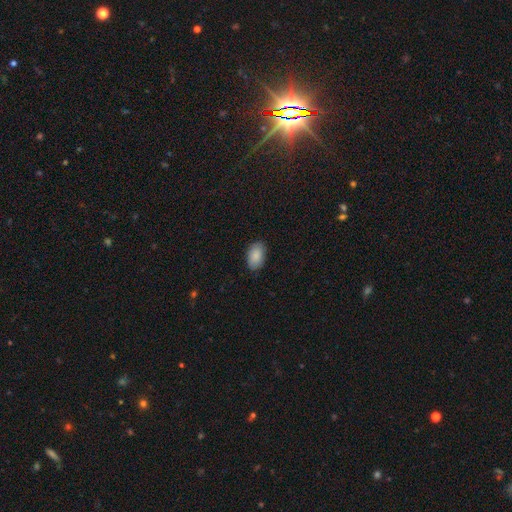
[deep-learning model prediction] Overall: smooth (89%). How rounded: in between (92%). Merging: none (86%).